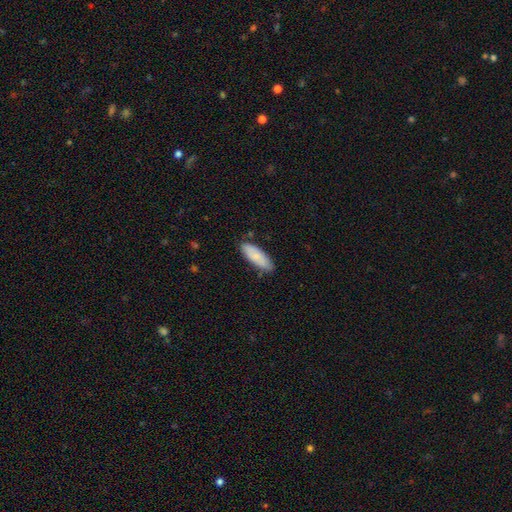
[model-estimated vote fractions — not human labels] smooth 79%, featured or disk 15%, star or artifact 6%. Down the decision tree: how rounded — in between (65%); merging — none (81%).